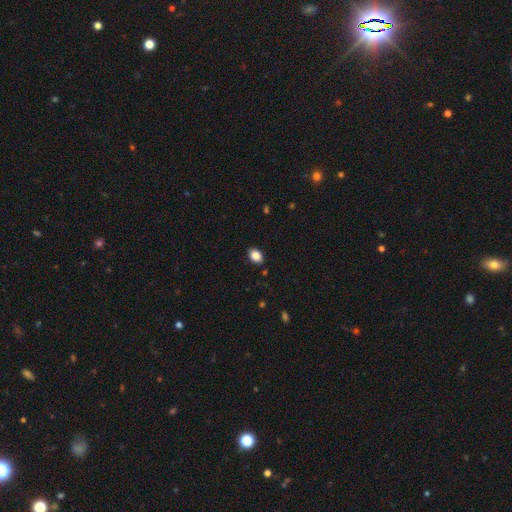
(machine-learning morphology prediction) Q: Smooth or featured?
A: smooth (87%); runner-up: star or artifact (8%)
Q: How rounded?
A: in between (81%); runner-up: round (18%)
Q: Merging?
A: none (88%); runner-up: minor disturbance (9%)